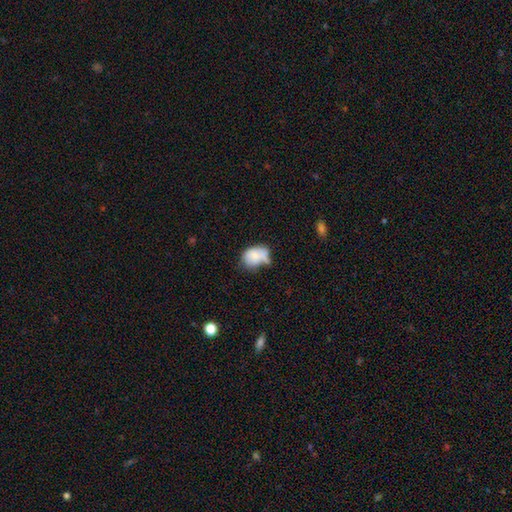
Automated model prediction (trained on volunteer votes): Smooth or featured?
  - smooth: 75% *
  - featured or disk: 17%
  - star or artifact: 8%
How rounded?
  - in between: 70% *
  - round: 29%
  - cigar-shaped: 1%
Merging?
  - none: 31% *
  - minor disturbance: 30%
  - merger: 25%
  - major disturbance: 14%